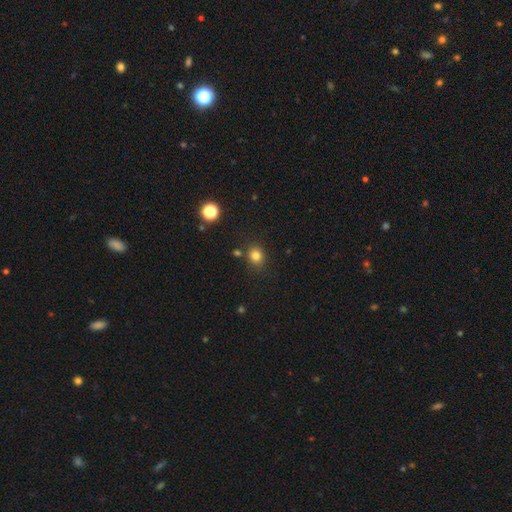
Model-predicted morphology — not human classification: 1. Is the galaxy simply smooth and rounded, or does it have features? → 81% smooth, 14% star or artifact, 6% featured or disk.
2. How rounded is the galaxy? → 72% round, 27% in between, 1% cigar-shaped.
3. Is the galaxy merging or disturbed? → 82% none, 10% minor disturbance, 5% merger, 3% major disturbance.